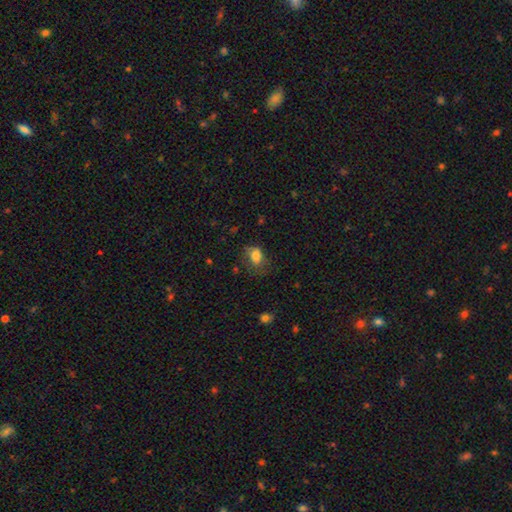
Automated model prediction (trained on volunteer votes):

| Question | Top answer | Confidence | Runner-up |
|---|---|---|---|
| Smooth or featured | smooth | 78% | featured or disk (12%) |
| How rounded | in between | 69% | round (30%) |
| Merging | none | 50% | minor disturbance (29%) |